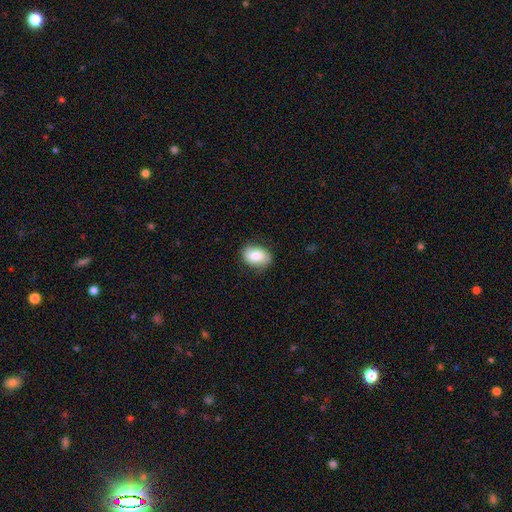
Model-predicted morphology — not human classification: type=smooth (80%); roundness=in between (80%); merging=none (80%).